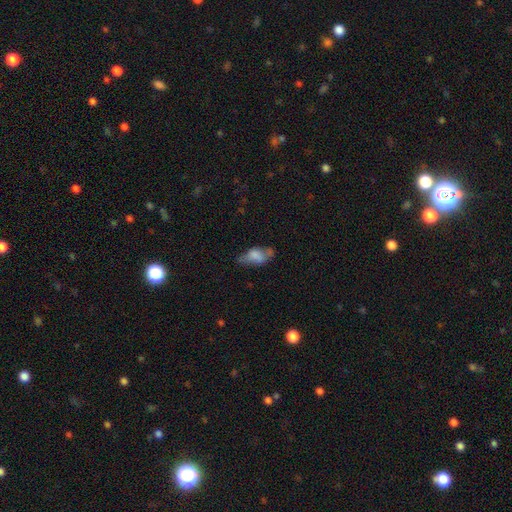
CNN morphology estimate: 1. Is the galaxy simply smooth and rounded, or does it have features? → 60% smooth, 30% featured or disk, 9% star or artifact.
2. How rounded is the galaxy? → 85% in between, 10% cigar-shaped, 5% round.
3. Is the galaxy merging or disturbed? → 41% none, 31% minor disturbance, 21% major disturbance, 7% merger.